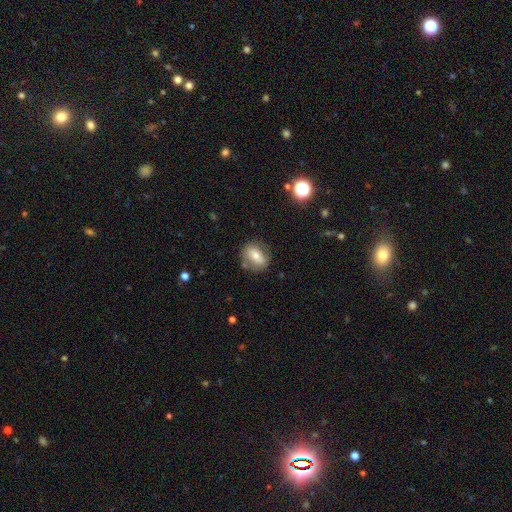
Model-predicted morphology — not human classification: type=smooth (62%); roundness=in between (58%); merging=none (75%).